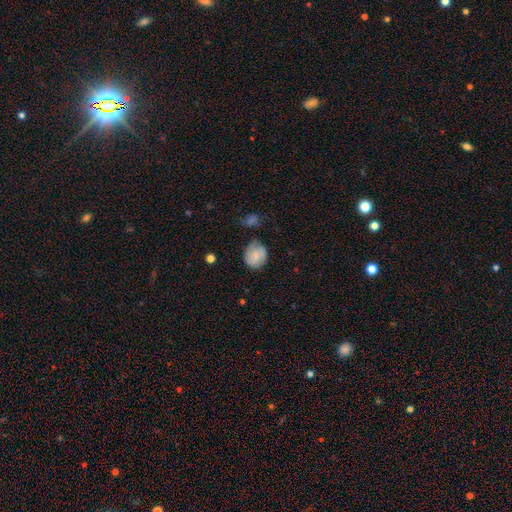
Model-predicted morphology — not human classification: Overall: smooth (63%; featured or disk 30%). How rounded: round (65%; in between 34%). Merging: none (63%; minor disturbance 26%).